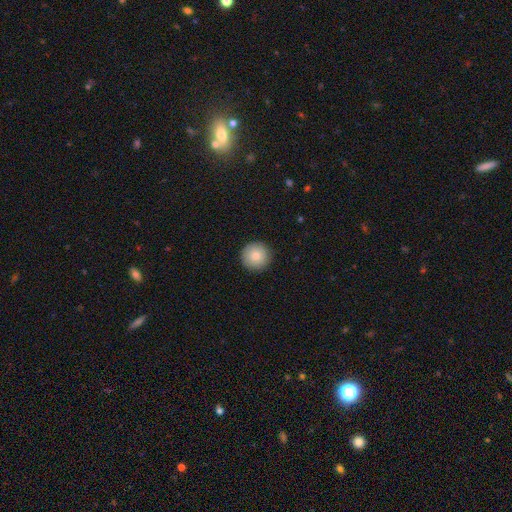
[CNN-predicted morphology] Smooth or featured: smooth — 84% (featured or disk — 8%)
How rounded: round — 96% (in between — 3%)
Merging: none — 92% (minor disturbance — 5%)